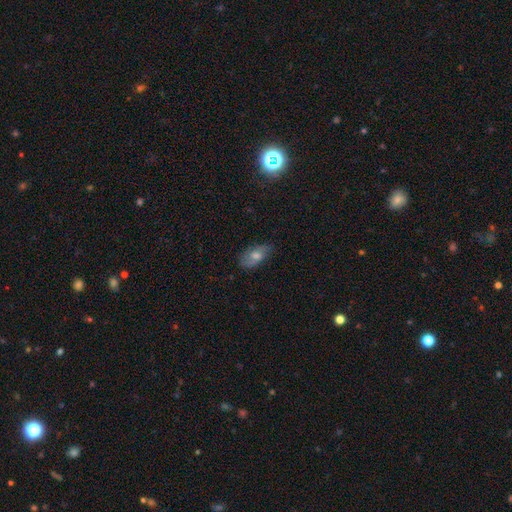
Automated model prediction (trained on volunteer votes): This appears to be a smooth galaxy with no disk features (44%). Merging: none (76%).